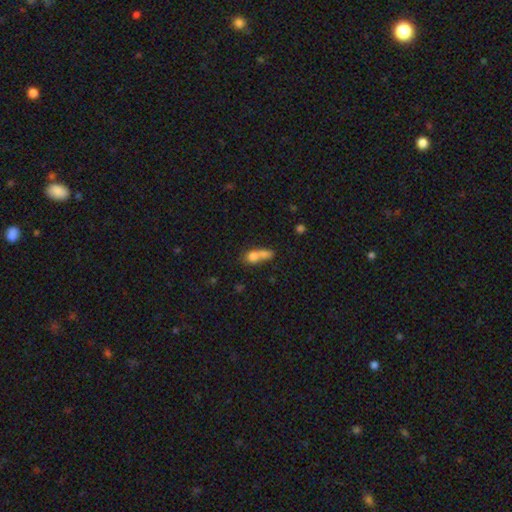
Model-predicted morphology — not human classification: Smooth or featured? smooth (71%)
How rounded? in between (49%)
Merging? merger (63%)